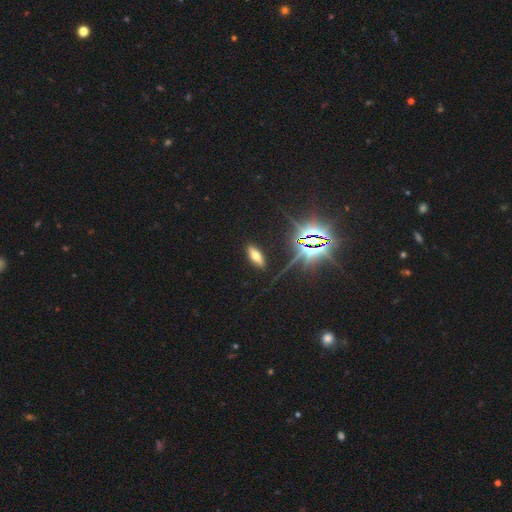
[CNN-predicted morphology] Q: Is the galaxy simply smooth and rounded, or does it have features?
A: smooth — 51%.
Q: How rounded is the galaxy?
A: in between — 71%.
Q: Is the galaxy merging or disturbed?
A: none — 88%.